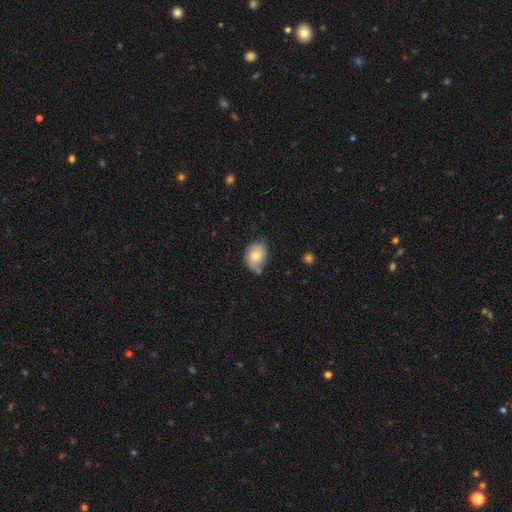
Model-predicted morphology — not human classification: A smooth galaxy with no disk features (61%) that is in between round and cigar-shaped (70%). Merging: none (50%).